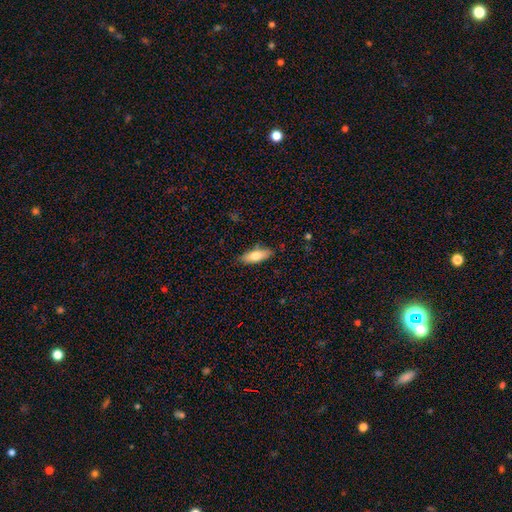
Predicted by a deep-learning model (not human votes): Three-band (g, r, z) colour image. It shows a smooth galaxy with no disk features (74%) that is in between round and cigar-shaped (66%). Merging: none (85%).